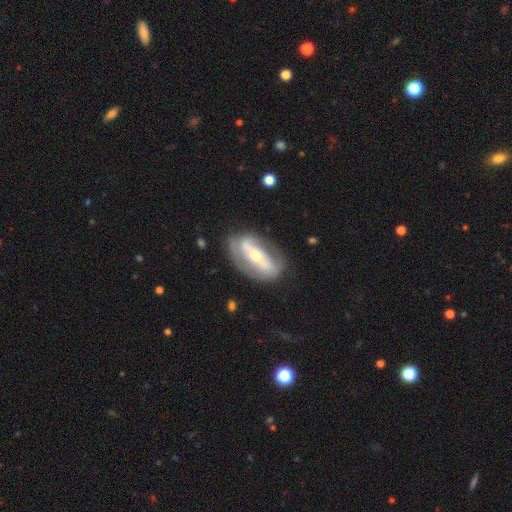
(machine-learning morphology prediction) A featured or disk galaxy (74%) with a strong bar (51%), spiral arms (59%) and a moderate central bulge (49%).

Vote fractions:
- Smooth or featured? featured or disk: 74% / smooth: 21% / star or artifact: 5%
- Edge-on disk? no: 90% / yes: 10%
- Bar? strong: 51% / no: 29% / weak: 20%
- Spiral arms? yes: 59% / no: 41%
- Bulge size? moderate: 49% / small: 46% / large: 4% / dominant: 1% / none: 1%
- Merging? none: 70% / minor disturbance: 18% / major disturbance: 9% / merger: 2%